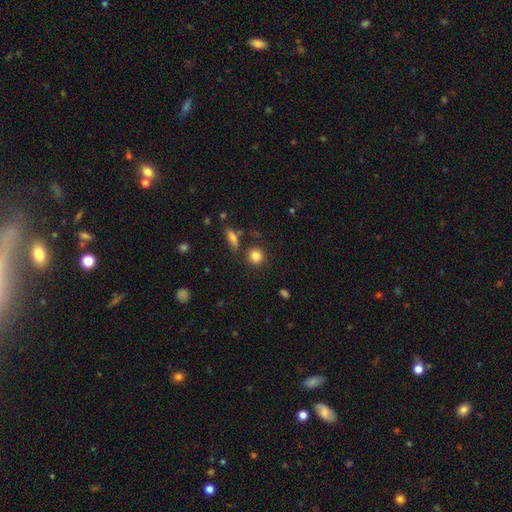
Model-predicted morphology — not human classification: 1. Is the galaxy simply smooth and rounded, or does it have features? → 84% smooth, 10% star or artifact, 6% featured or disk.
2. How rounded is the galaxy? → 88% round, 11% in between, 1% cigar-shaped.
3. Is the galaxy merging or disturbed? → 83% none, 9% minor disturbance, 5% merger, 3% major disturbance.